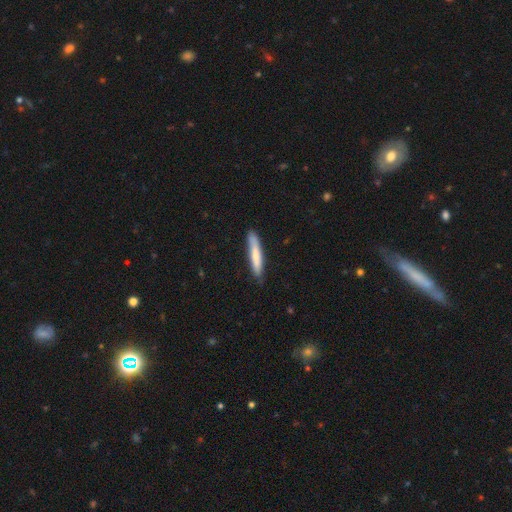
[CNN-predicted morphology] A smooth galaxy with no disk features (70%) that is cigar-shaped (91%).

Vote fractions:
- Smooth or featured? smooth: 70% / featured or disk: 25% / star or artifact: 5%
- How rounded? cigar-shaped: 91% / in between: 7% / round: 1%
- Merging? none: 83% / minor disturbance: 13% / major disturbance: 2% / merger: 1%